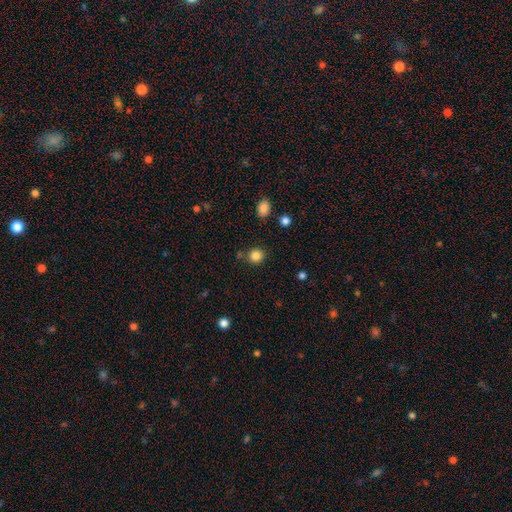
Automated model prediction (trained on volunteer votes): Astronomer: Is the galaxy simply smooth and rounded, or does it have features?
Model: smooth — 84%.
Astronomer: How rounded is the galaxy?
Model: round — 88%.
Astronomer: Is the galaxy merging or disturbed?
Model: none — 81%.